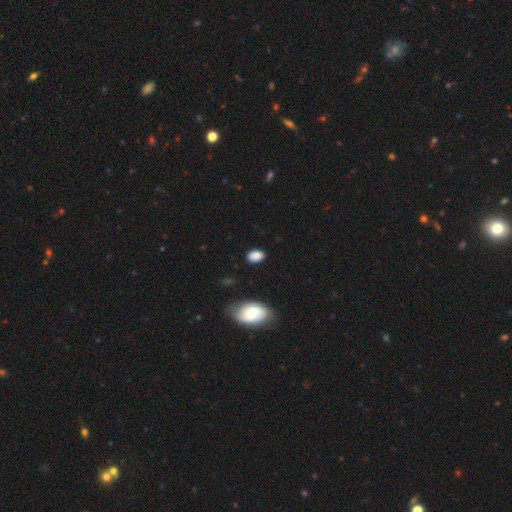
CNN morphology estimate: Overall: smooth (84%). How rounded: in between (85%). Merging: none (81%).